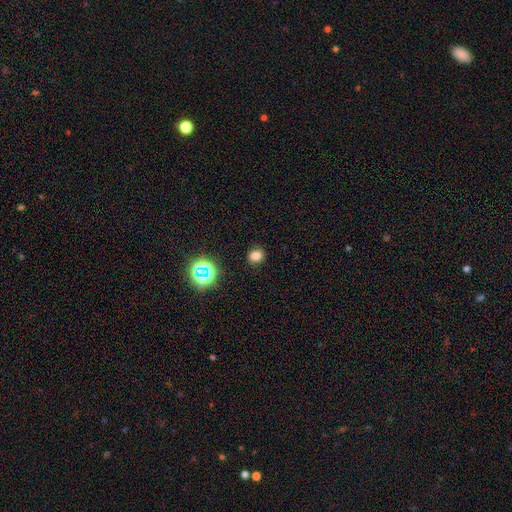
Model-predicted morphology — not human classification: A smooth galaxy with no disk features (75%) that is round (71%).

Vote fractions:
- Smooth or featured? smooth: 75% / star or artifact: 19% / featured or disk: 6%
- How rounded? round: 71% / in between: 28% / cigar-shaped: 1%
- Merging? none: 87% / minor disturbance: 9% / major disturbance: 3% / merger: 1%